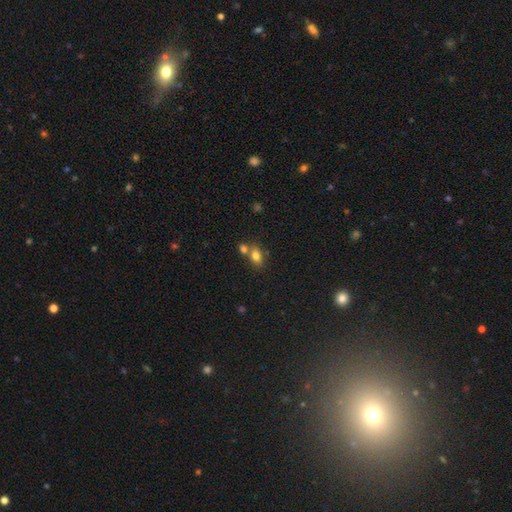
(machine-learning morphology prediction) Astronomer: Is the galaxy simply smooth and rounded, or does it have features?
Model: smooth — 80%.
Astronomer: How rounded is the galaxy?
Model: in between — 77%.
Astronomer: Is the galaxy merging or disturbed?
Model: none — 53% (runner-up: merger, 33%).